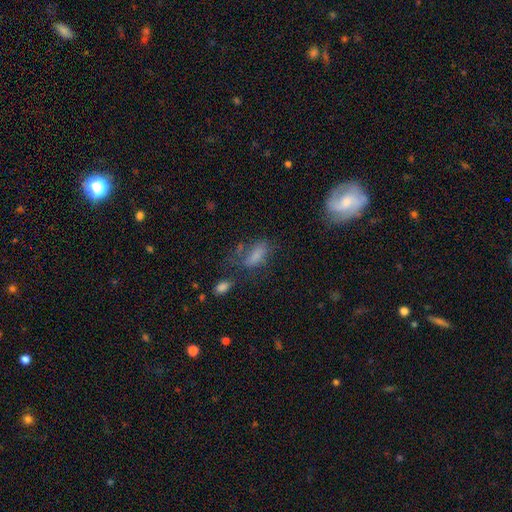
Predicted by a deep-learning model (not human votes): smooth_or_featured: smooth (p=0.71) [alt: featured or disk p=0.15]
how_rounded: in between (p=0.77) [alt: cigar-shaped p=0.19]
merging: none (p=0.41) [alt: minor disturbance p=0.24]